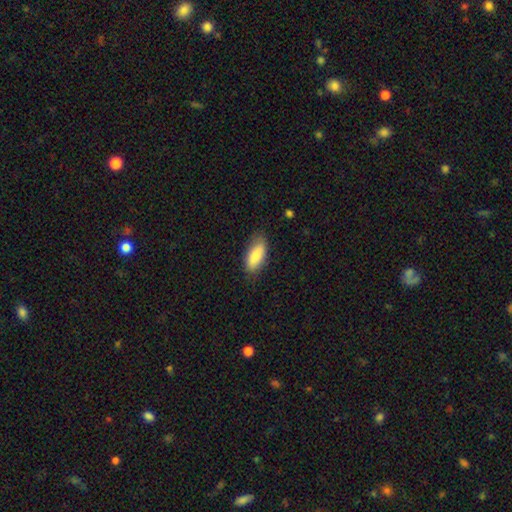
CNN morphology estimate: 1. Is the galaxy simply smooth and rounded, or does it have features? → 84% smooth, 10% featured or disk, 6% star or artifact.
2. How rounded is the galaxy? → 86% in between, 12% cigar-shaped, 2% round.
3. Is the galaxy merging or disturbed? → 78% none, 17% minor disturbance, 3% major disturbance, 1% merger.